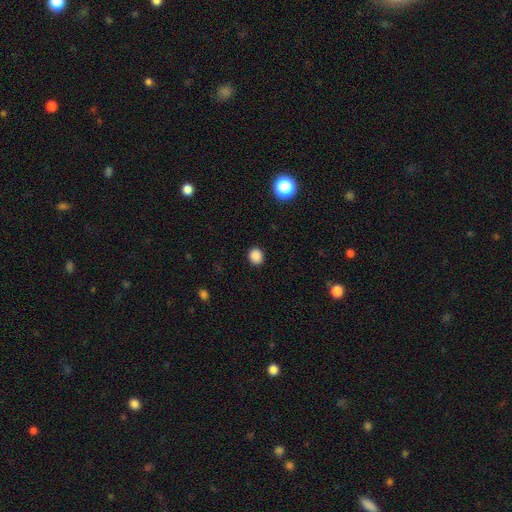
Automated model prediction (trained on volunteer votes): smooth_or_featured: smooth (p=0.86) [alt: star or artifact p=0.11]
how_rounded: round (p=0.76) [alt: in between p=0.23]
merging: none (p=0.90) [alt: minor disturbance p=0.07]